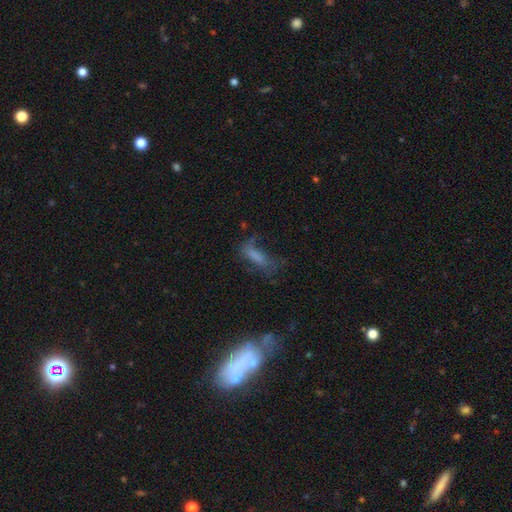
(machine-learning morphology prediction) Smooth or featured? smooth (58%)
How rounded? in between (49%)
Merging? none (37%)